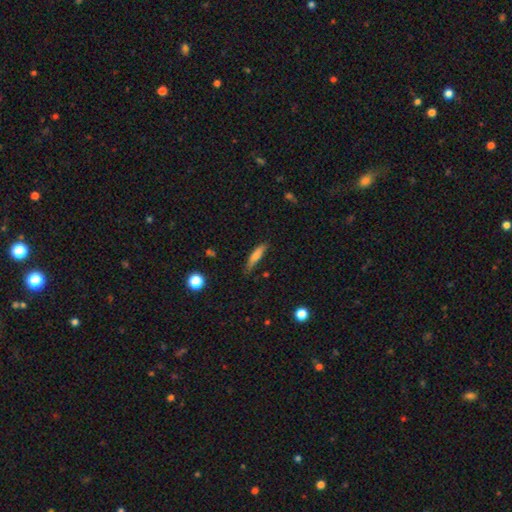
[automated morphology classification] smooth 61%, featured or disk 31%, star or artifact 8%. Down the decision tree: how rounded — cigar-shaped (79%); merging — none (76%).